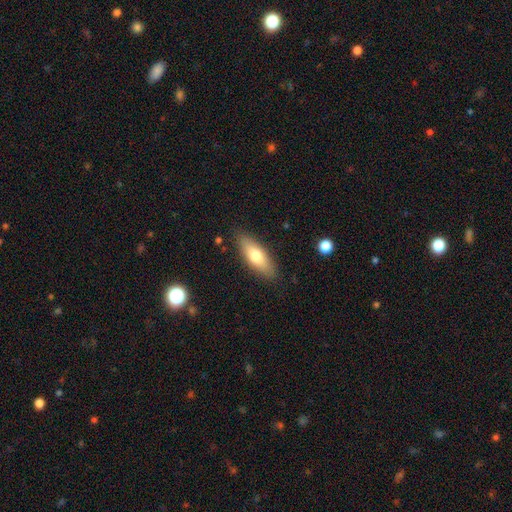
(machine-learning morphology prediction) Smooth or featured: smooth — 70% (featured or disk — 24%)
How rounded: in between — 64% (cigar-shaped — 34%)
Merging: none — 86% (minor disturbance — 10%)